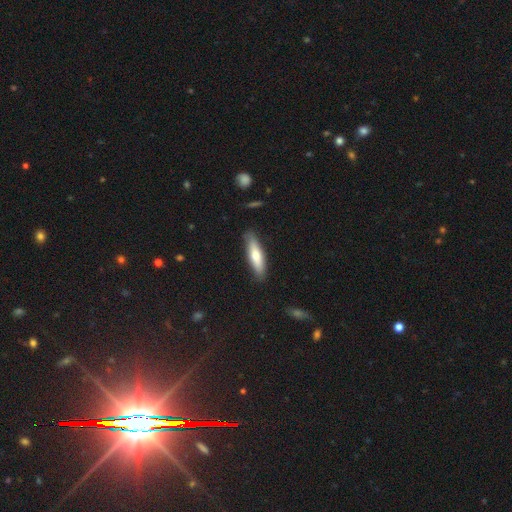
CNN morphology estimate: type=smooth (64%); roundness=cigar-shaped (72%); merging=none (86%).